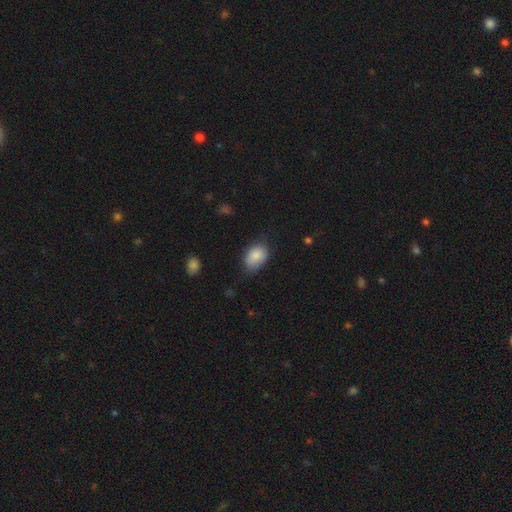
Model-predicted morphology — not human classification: Smooth or featured? Predicted: smooth (p=0.85). How rounded? Predicted: in between (p=0.84). Merging? Predicted: none (p=0.63).